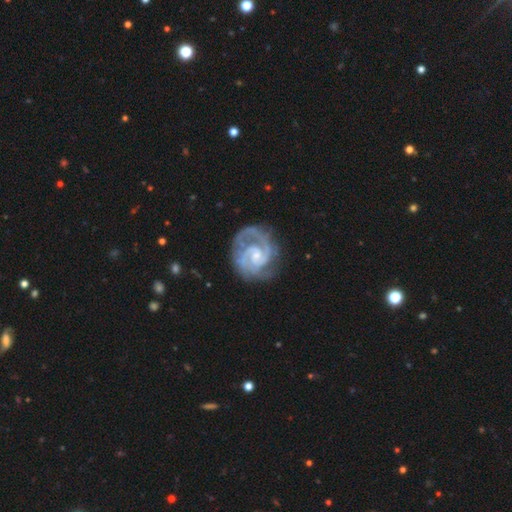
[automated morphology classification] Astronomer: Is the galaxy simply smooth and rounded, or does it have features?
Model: featured or disk — 92%.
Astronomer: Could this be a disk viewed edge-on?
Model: no — 98%.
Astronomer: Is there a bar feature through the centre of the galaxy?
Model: no — 51% (runner-up: weak, 41%).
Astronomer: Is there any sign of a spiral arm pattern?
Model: yes — 98%.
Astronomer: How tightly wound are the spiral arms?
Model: tight — 53% (runner-up: medium, 41%).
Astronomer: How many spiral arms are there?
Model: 2 — 72%.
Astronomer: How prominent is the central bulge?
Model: small — 60%.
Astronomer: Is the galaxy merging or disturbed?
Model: none — 70%.